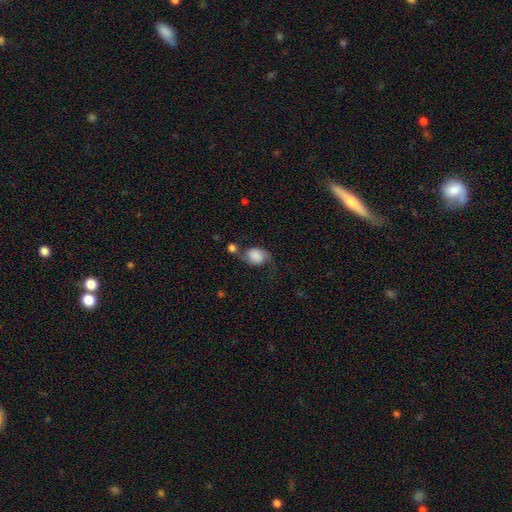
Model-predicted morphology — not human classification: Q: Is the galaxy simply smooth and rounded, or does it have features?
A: smooth — 58%.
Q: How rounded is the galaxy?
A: in between — 58%.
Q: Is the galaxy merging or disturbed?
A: none — 39%.